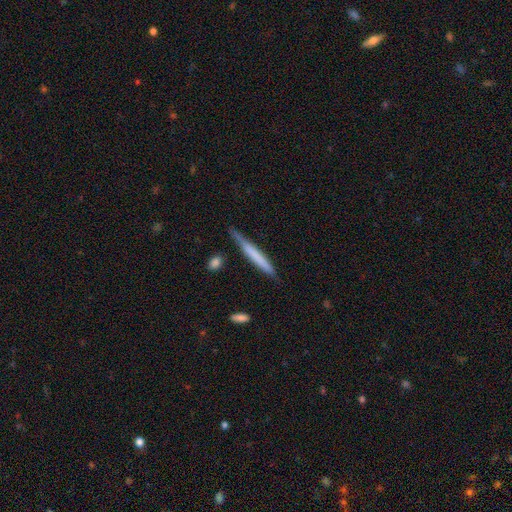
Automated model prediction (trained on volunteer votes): A smooth galaxy with no disk features (61%) that is cigar-shaped (96%).

Vote fractions:
- Smooth or featured? smooth: 61% / featured or disk: 33% / star or artifact: 6%
- How rounded? cigar-shaped: 96% / in between: 3% / round: 1%
- Merging? none: 74% / minor disturbance: 19% / major disturbance: 3% / merger: 3%